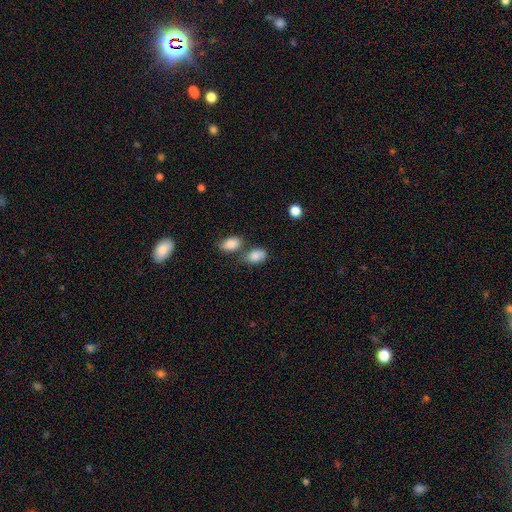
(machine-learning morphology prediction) smooth-or-featured: smooth: 85% | star or artifact: 8% | featured or disk: 7%
  how-rounded: in between: 86% | round: 12% | cigar-shaped: 2%
  merging: none: 46% | merger: 30% | minor disturbance: 17% | major disturbance: 6%